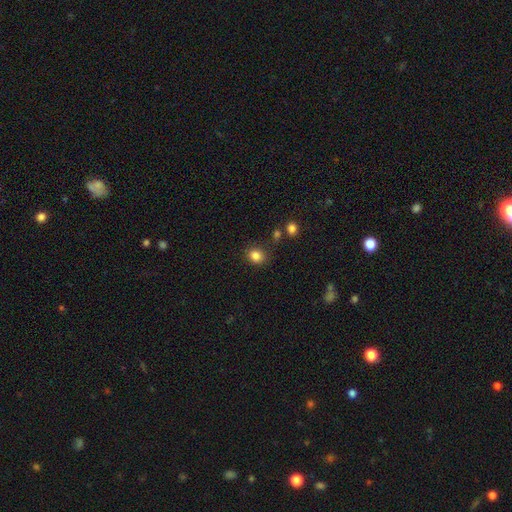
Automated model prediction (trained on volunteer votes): smooth 84%, star or artifact 11%, featured or disk 5%. Down the decision tree: how rounded — round (68%); merging — none (82%).